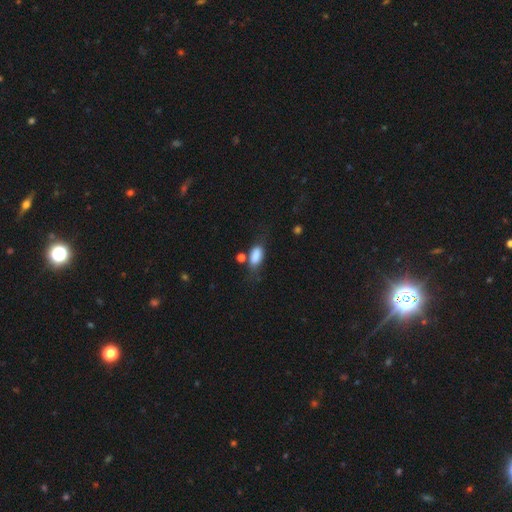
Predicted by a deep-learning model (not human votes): Q: Smooth or featured?
A: smooth (83%); runner-up: featured or disk (9%)
Q: How rounded?
A: in between (85%); runner-up: cigar-shaped (10%)
Q: Merging?
A: none (54%); runner-up: minor disturbance (24%)